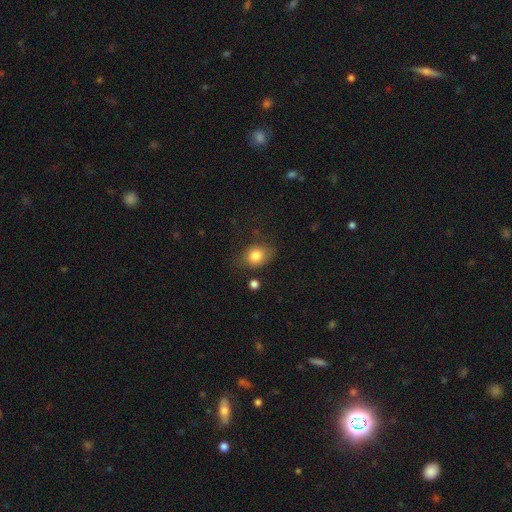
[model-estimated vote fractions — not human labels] A smooth galaxy with no disk features (82%) that is in between round and cigar-shaped (52%). Merging: none (67%).